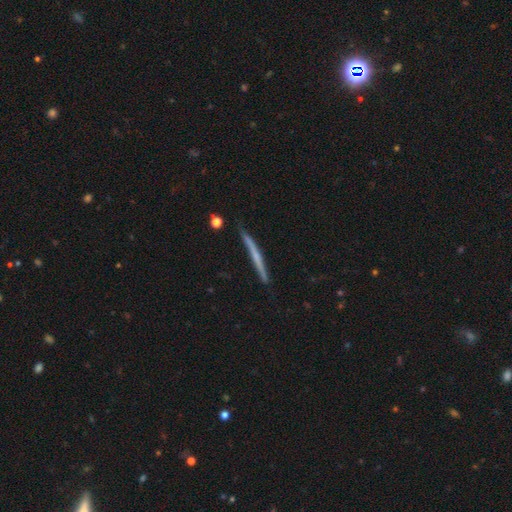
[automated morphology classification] Q: Smooth or featured?
A: featured or disk (58%); runner-up: smooth (36%)
Q: Edge-on disk?
A: yes (97%); runner-up: no (3%)
Q: Edge-on bulge?
A: none (69%); runner-up: rounded (25%)
Q: Merging?
A: none (84%); runner-up: minor disturbance (12%)